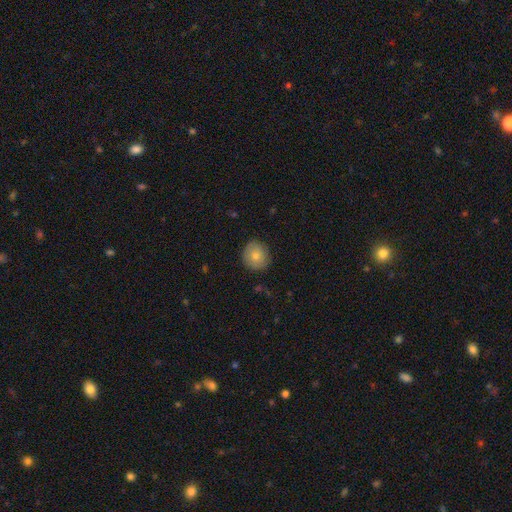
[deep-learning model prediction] A smooth galaxy with no disk features (76%) that is round (86%). Merging: none (84%).